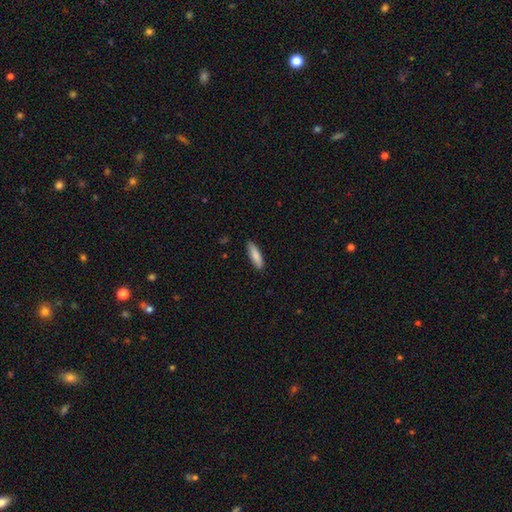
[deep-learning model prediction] Smooth or featured? smooth (85%)
How rounded? cigar-shaped (59%)
Merging? none (88%)